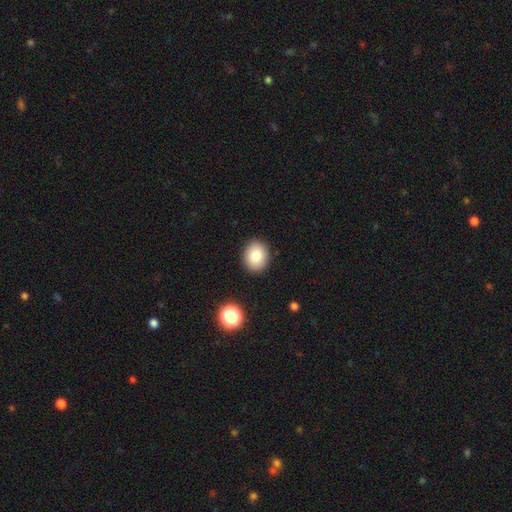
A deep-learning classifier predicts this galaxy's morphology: Smooth or featured?
  - smooth: 83% *
  - star or artifact: 9%
  - featured or disk: 7%
How rounded?
  - round: 51% *
  - in between: 48%
  - cigar-shaped: 1%
Merging?
  - none: 90% *
  - minor disturbance: 7%
  - major disturbance: 2%
  - merger: 1%